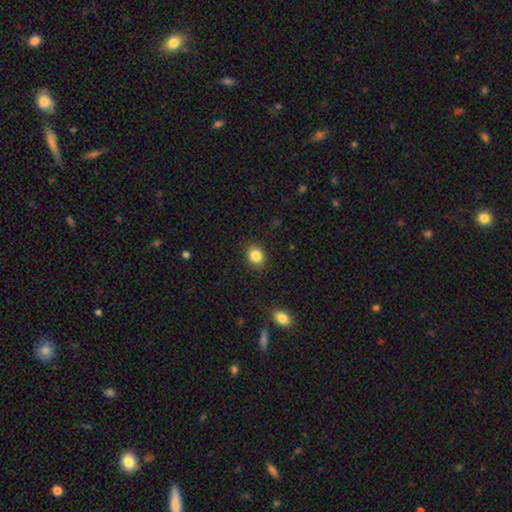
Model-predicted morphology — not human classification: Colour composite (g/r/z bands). It shows a smooth galaxy with no disk features (85%) that is round (62%). Merging: none (89%).